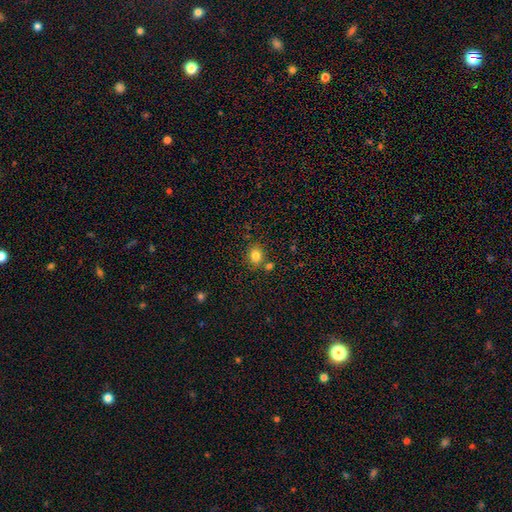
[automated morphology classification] A smooth galaxy with no disk features (81%) that is round (63%). Merging: none (75%).